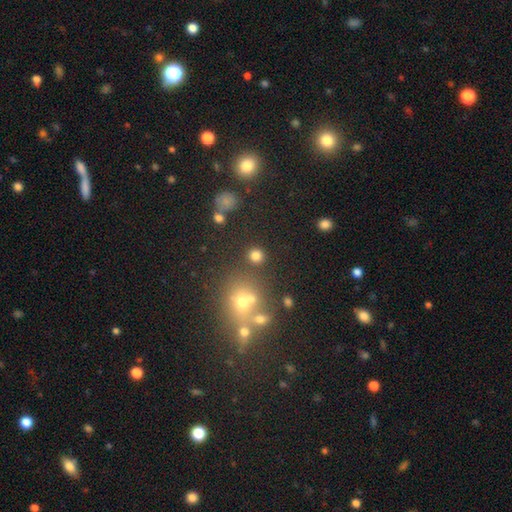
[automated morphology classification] Q: Smooth or featured?
A: smooth (77%); runner-up: star or artifact (16%)
Q: How rounded?
A: round (87%); runner-up: in between (11%)
Q: Merging?
A: none (81%); runner-up: merger (8%)